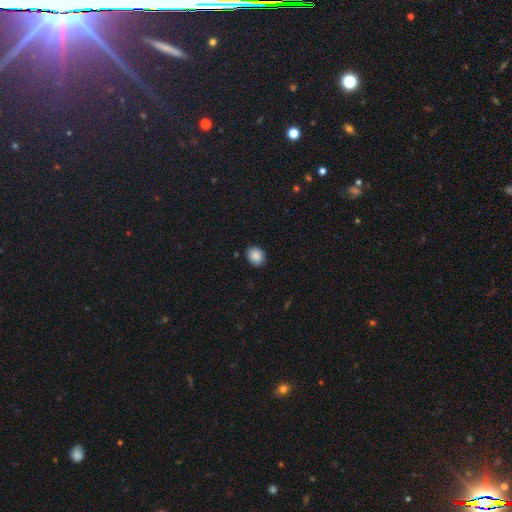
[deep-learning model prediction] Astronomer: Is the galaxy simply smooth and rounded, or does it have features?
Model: smooth — 88%.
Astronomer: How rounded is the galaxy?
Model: round — 53% (runner-up: in between, 46%).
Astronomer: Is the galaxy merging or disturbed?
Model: none — 88%.